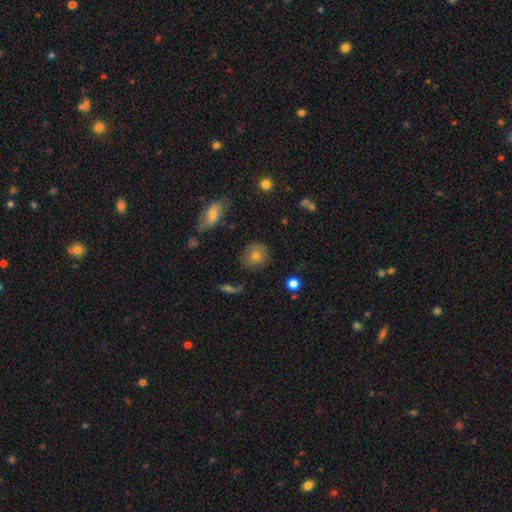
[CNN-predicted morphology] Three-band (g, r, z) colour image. It shows a smooth galaxy with no disk features (72%) that is round (79%). Merging: none (79%).